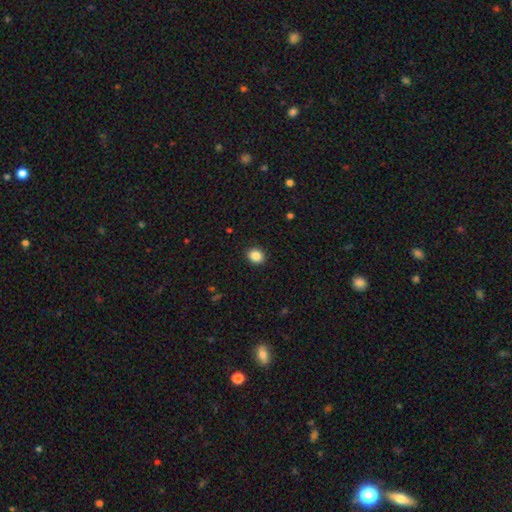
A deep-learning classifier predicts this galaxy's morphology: Overall: smooth (86%). How rounded: round (68%; in between 31%). Merging: none (91%).